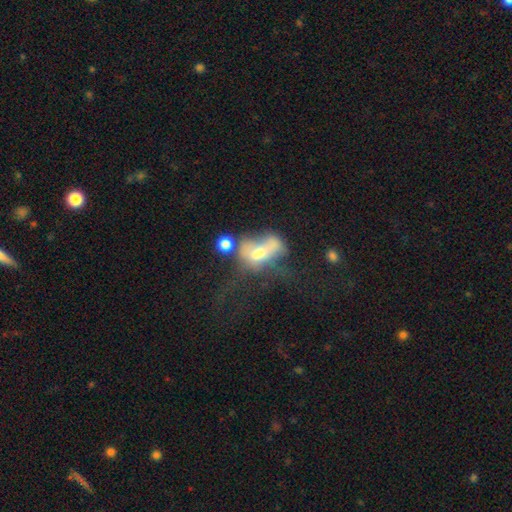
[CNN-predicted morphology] Q: Smooth or featured?
A: smooth (49%); runner-up: featured or disk (37%)
Q: Merging?
A: merger (47%); runner-up: major disturbance (28%)